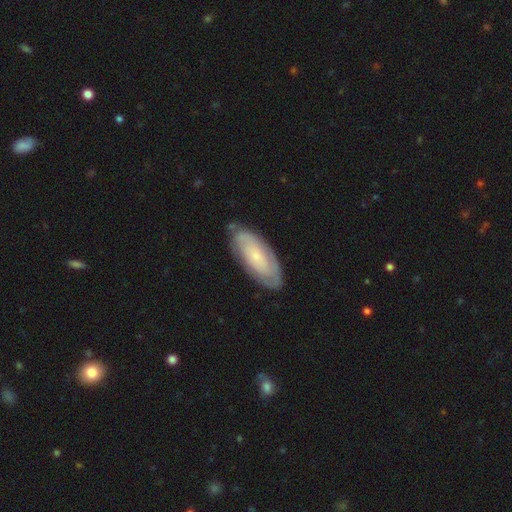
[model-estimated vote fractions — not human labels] The model was most divided on "smooth or featured": featured or disk: 57%, smooth: 37%, star or artifact: 6%. More confident: edge-on disk — no (88%); merging — none (78%); bar — no (77%); bulge size — small (76%); spiral arms — yes (76%).